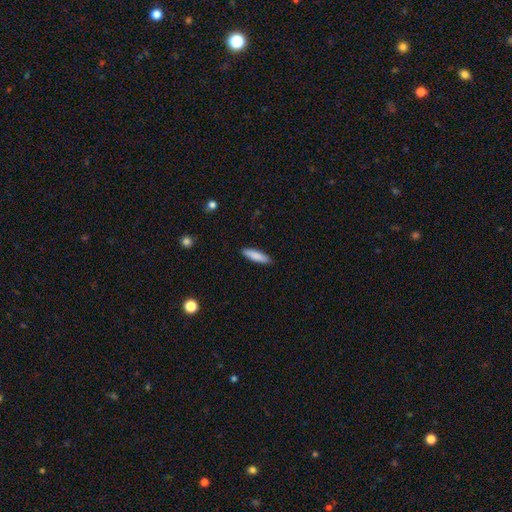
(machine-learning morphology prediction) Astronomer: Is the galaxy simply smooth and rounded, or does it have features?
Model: smooth — 86%.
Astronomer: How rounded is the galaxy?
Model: cigar-shaped — 73%.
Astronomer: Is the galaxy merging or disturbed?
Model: none — 90%.